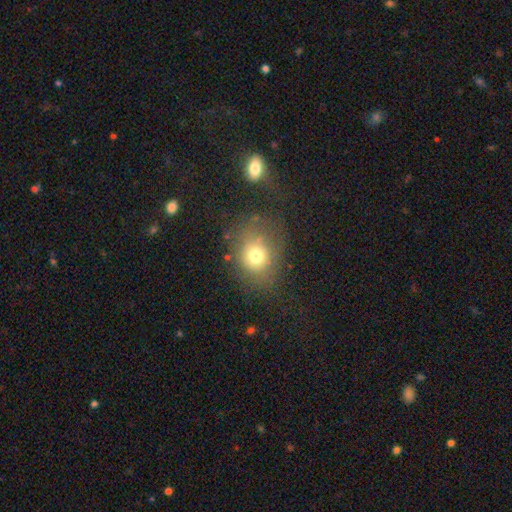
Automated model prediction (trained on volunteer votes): Smooth or featured? Predicted: smooth (p=0.70). How rounded? Predicted: round (p=0.65). Merging? Predicted: none (p=0.63).